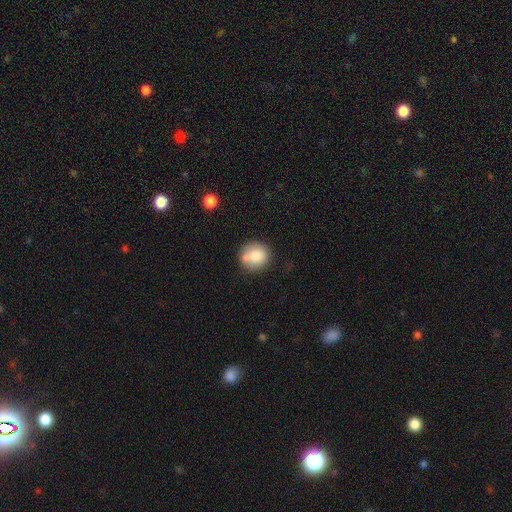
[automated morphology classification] smooth_or_featured: smooth (p=0.75) [alt: featured or disk p=0.16]
how_rounded: round (p=0.89) [alt: in between p=0.10]
merging: none (p=0.64) [alt: merger p=0.18]